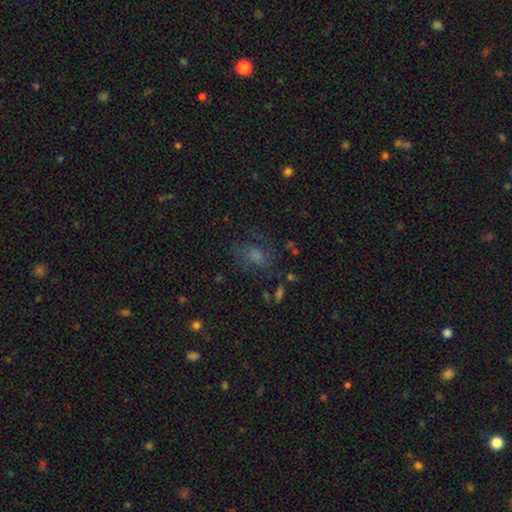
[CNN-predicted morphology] This is marginally a smooth galaxy (44%). Merging: possibly none (56%).